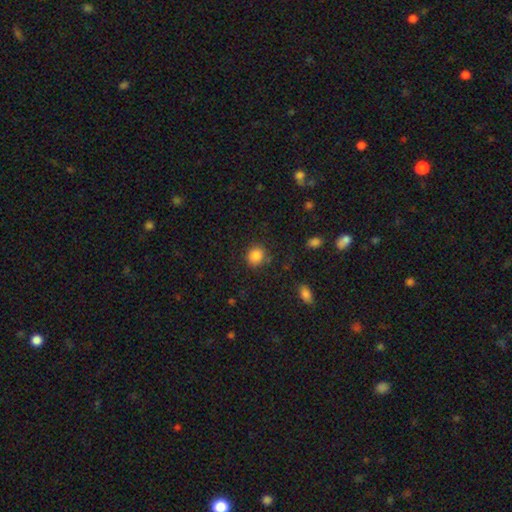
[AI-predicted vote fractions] Overall: smooth (86%). How rounded: round (77%). Merging: none (82%).